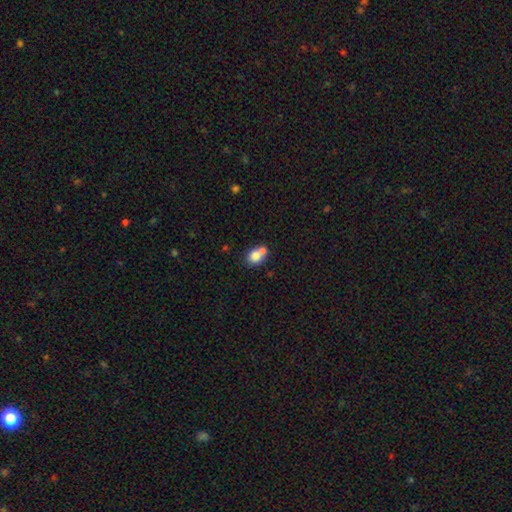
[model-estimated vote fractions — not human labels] Smooth or featured?
  - smooth: 77% *
  - featured or disk: 13%
  - star or artifact: 9%
How rounded?
  - round: 53% *
  - in between: 46%
  - cigar-shaped: 1%
Merging?
  - merger: 48% *
  - none: 38%
  - minor disturbance: 11%
  - major disturbance: 3%